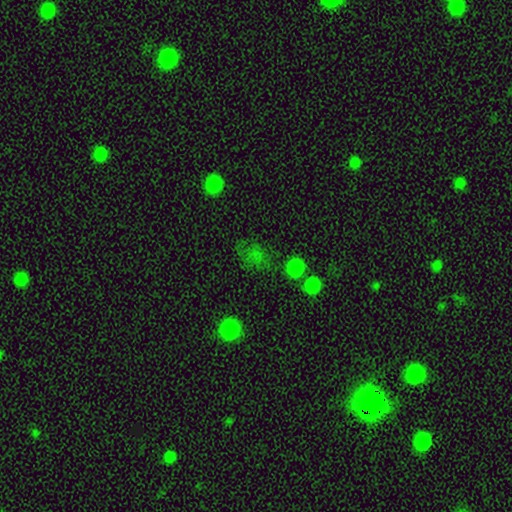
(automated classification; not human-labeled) This is possibly a smooth galaxy (59%). How rounded: likely round (67%). Merging: likely none (68%).